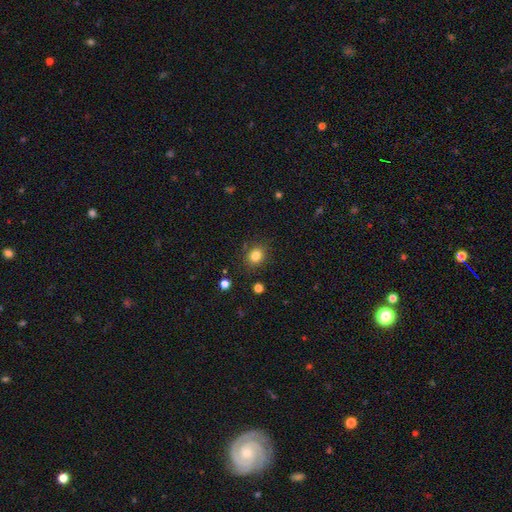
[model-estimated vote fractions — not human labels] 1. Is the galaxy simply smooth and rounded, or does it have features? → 82% smooth, 12% star or artifact, 6% featured or disk.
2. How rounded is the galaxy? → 69% round, 30% in between, 1% cigar-shaped.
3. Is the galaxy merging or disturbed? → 84% none, 10% minor disturbance, 3% major disturbance, 3% merger.